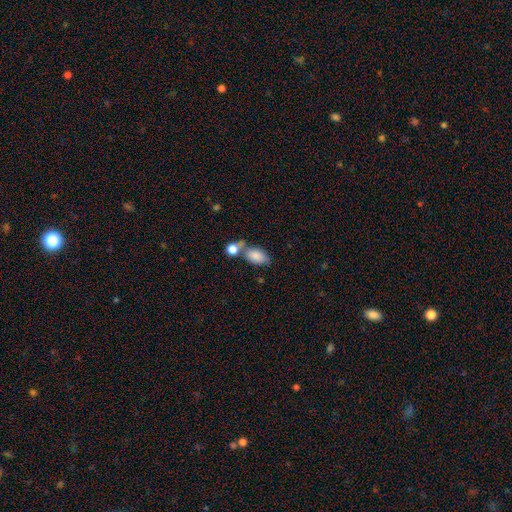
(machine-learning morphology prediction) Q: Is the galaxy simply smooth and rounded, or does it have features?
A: smooth — 82%.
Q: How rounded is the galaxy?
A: in between — 89%.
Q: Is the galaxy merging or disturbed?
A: merger — 40%.